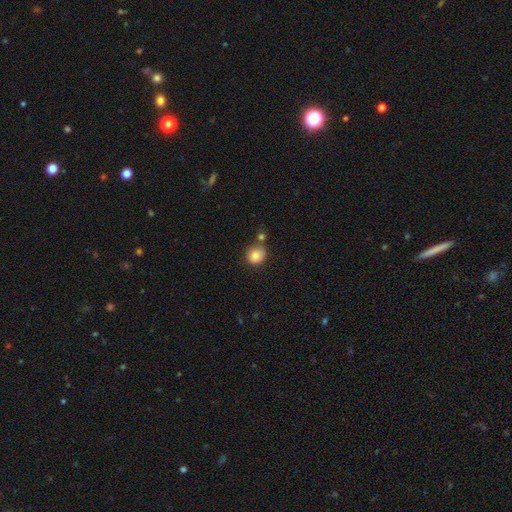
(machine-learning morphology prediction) A smooth galaxy with no disk features (83%) that is round (80%).

Vote fractions:
- Smooth or featured? smooth: 83% / star or artifact: 9% / featured or disk: 8%
- How rounded? round: 80% / in between: 19% / cigar-shaped: 1%
- Merging? none: 60% / merger: 19% / minor disturbance: 17% / major disturbance: 5%